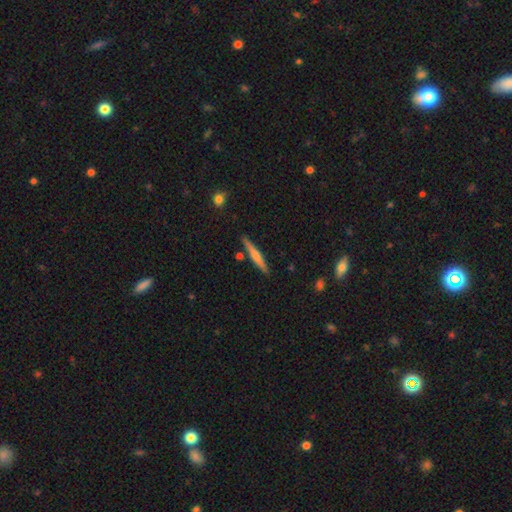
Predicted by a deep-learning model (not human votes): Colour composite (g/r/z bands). It shows a smooth galaxy with no disk features (50%) that is cigar-shaped (94%). Merging: none (86%).